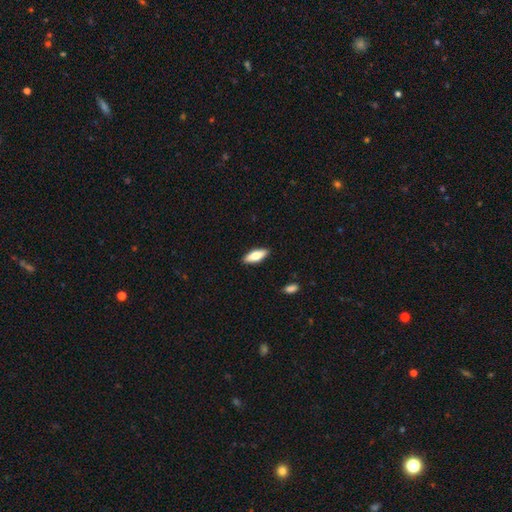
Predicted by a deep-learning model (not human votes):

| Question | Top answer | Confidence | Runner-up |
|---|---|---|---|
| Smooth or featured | smooth | 73% | featured or disk (21%) |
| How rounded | in between | 70% | cigar-shaped (28%) |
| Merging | none | 89% | minor disturbance (8%) |